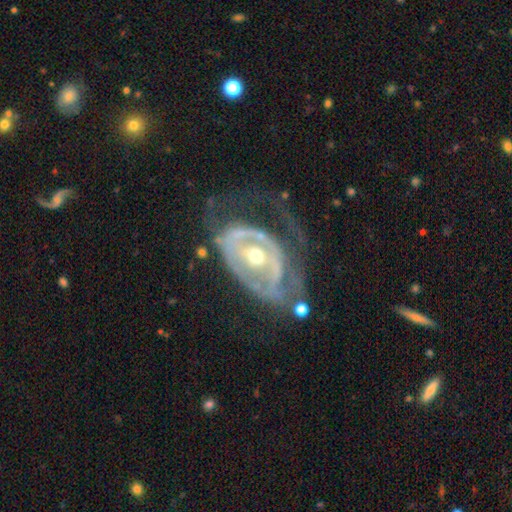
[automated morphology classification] This appears to be a featured or disk galaxy (82%) with no bar (48%), spiral arms (64%) and a moderate central bulge (58%). Merging: major disturbance (39%).